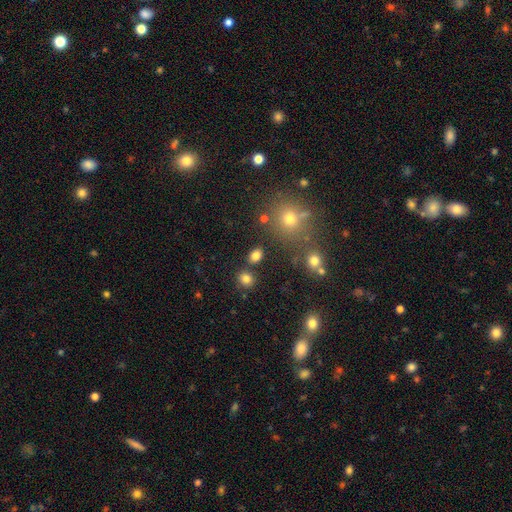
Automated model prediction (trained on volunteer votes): smooth-or-featured: smooth: 80% | star or artifact: 13% | featured or disk: 7%
  how-rounded: in between: 65% | round: 34% | cigar-shaped: 2%
  merging: none: 79% | minor disturbance: 9% | merger: 9% | major disturbance: 3%